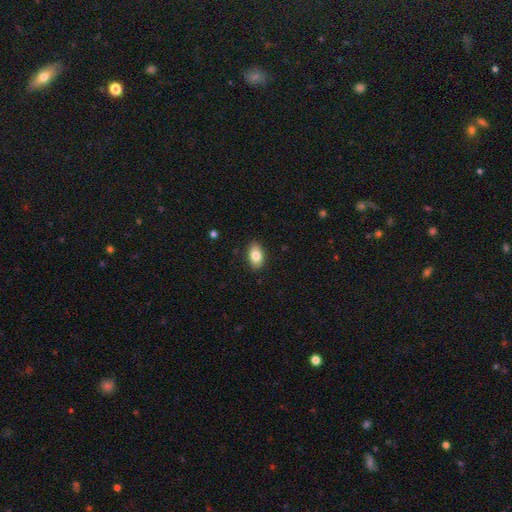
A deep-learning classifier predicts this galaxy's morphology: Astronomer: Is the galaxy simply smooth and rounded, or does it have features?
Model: smooth — 83%.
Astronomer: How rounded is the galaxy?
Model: in between — 89%.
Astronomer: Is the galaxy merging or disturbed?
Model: none — 87%.